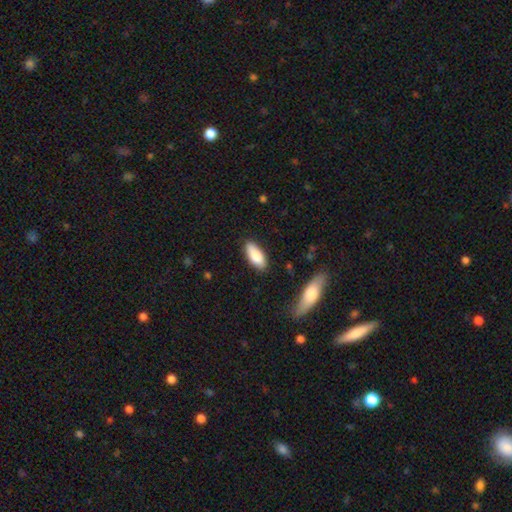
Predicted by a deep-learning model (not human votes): The model was most divided on "how rounded": in between: 81%, cigar-shaped: 17%, round: 2%. More confident: smooth or featured — smooth (83%); merging — none (83%).